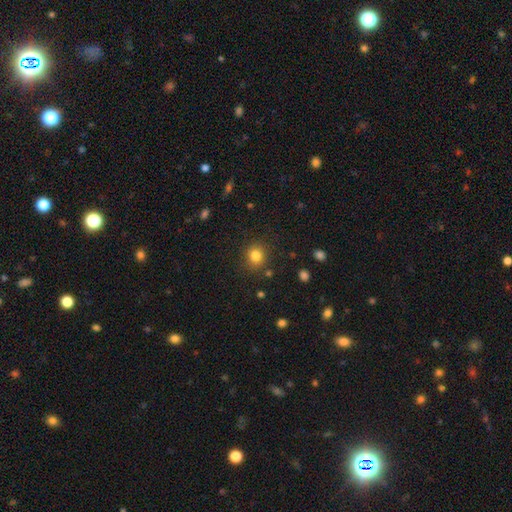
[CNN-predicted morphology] Q: Smooth or featured?
A: smooth (82%); runner-up: star or artifact (12%)
Q: How rounded?
A: round (83%); runner-up: in between (16%)
Q: Merging?
A: none (86%); runner-up: minor disturbance (9%)